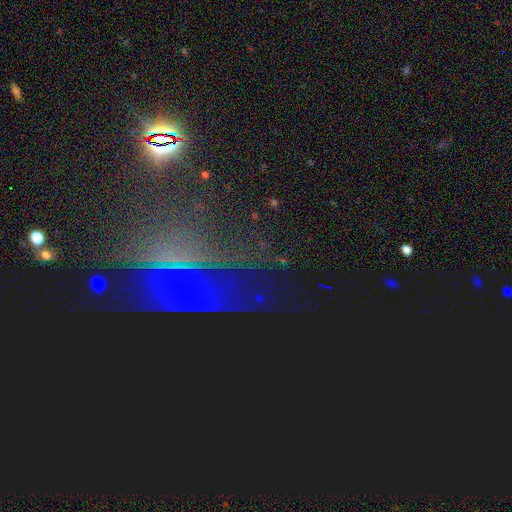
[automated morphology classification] Q: Smooth or featured?
A: star or artifact (58%); runner-up: featured or disk (27%)